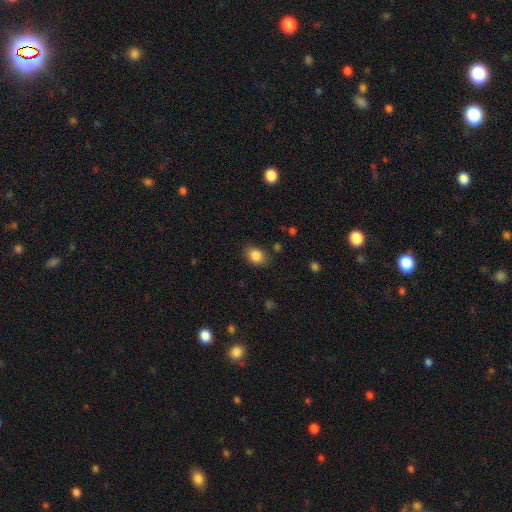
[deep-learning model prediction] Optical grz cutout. It shows a smooth galaxy with no disk features (86%) that is in between round and cigar-shaped (57%). Merging: none (80%).